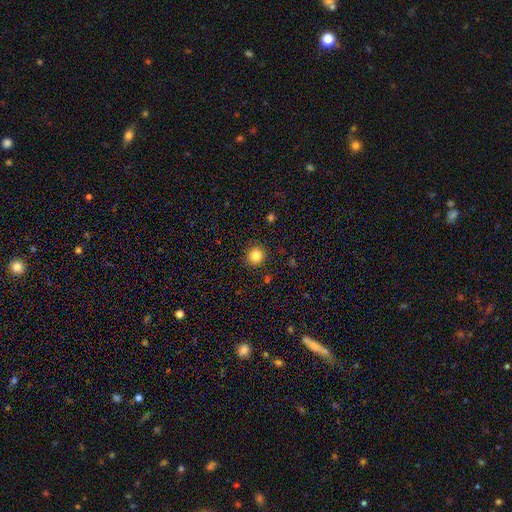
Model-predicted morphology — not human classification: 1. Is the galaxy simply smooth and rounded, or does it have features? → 84% smooth, 11% star or artifact, 5% featured or disk.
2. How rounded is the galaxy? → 92% round, 7% in between, 1% cigar-shaped.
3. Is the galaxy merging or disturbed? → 91% none, 6% minor disturbance, 2% major disturbance, 1% merger.